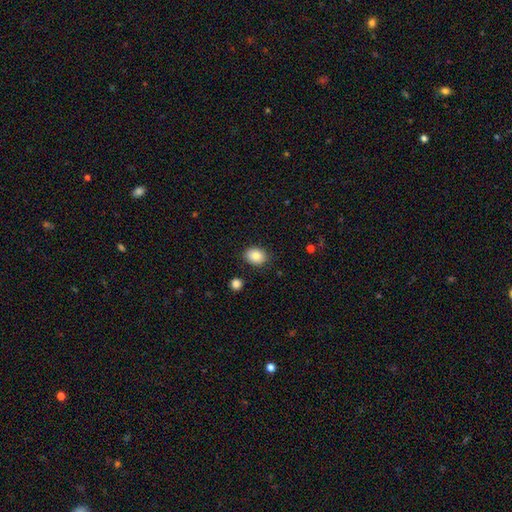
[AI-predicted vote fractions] Smooth or featured?
  - smooth: 84% *
  - star or artifact: 9%
  - featured or disk: 8%
How rounded?
  - in between: 58% *
  - round: 41%
  - cigar-shaped: 1%
Merging?
  - none: 86% *
  - minor disturbance: 10%
  - major disturbance: 2%
  - merger: 2%